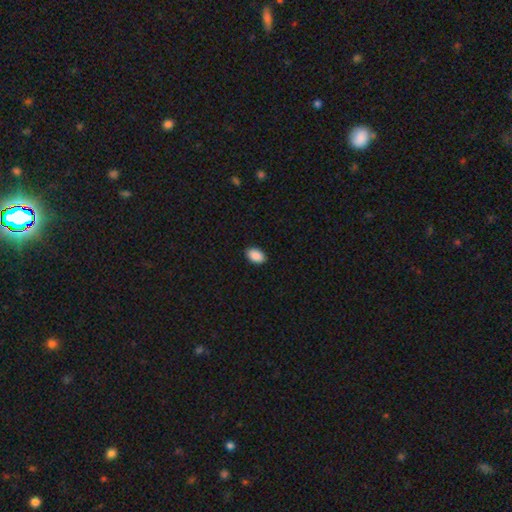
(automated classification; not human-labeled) smooth-or-featured: smooth: 91% | star or artifact: 7% | featured or disk: 3%
  how-rounded: in between: 90% | round: 9% | cigar-shaped: 1%
  merging: none: 90% | minor disturbance: 7% | major disturbance: 2% | merger: 1%